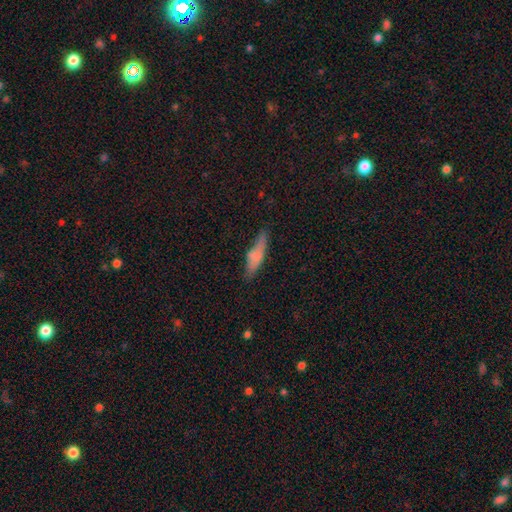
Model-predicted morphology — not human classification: Overall: smooth (69%). How rounded: cigar-shaped (69%). Merging: none (68%).